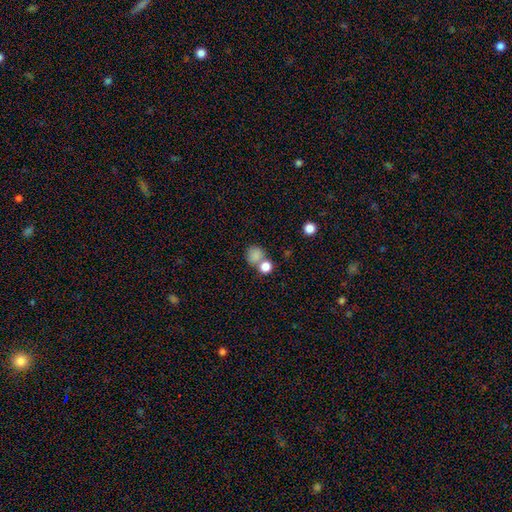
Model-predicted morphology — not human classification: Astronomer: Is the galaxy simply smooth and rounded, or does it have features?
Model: smooth — 81%.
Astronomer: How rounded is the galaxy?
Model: round — 81%.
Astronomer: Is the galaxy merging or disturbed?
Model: none — 47% (runner-up: merger, 38%).